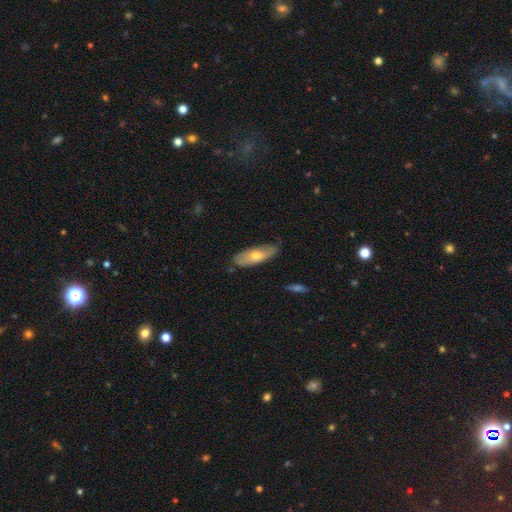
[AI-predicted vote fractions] A smooth galaxy with no disk features (54%) that is in between round and cigar-shaped (67%).

Vote fractions:
- Smooth or featured? smooth: 54% / featured or disk: 40% / star or artifact: 6%
- How rounded? in between: 67% / cigar-shaped: 31% / round: 2%
- Merging? none: 77% / minor disturbance: 19% / major disturbance: 3% / merger: 2%